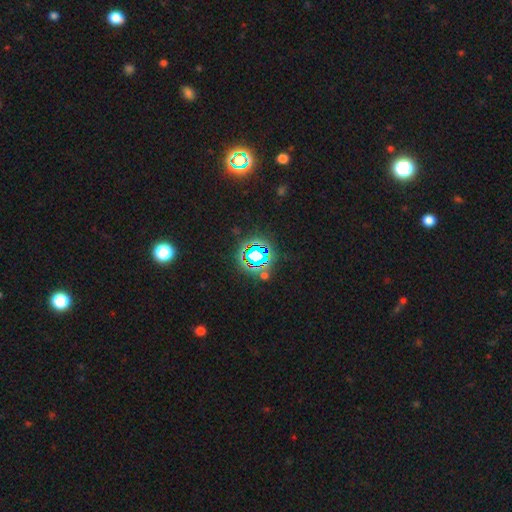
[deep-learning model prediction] A star or artifact, not a galaxy (71%).